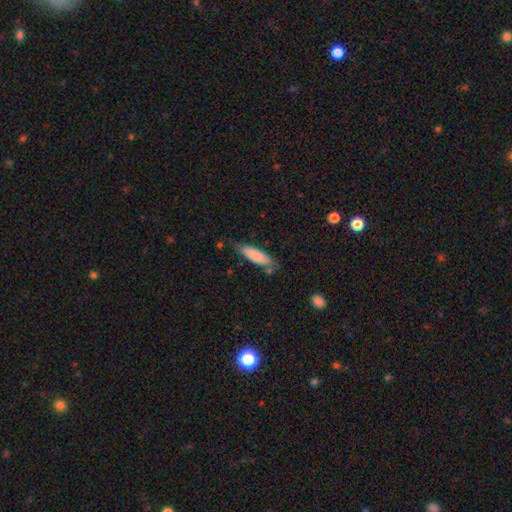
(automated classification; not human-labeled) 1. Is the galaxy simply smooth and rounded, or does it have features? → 80% smooth, 14% featured or disk, 6% star or artifact.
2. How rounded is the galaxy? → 60% cigar-shaped, 39% in between, 1% round.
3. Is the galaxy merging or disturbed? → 67% none, 23% minor disturbance, 5% merger, 5% major disturbance.